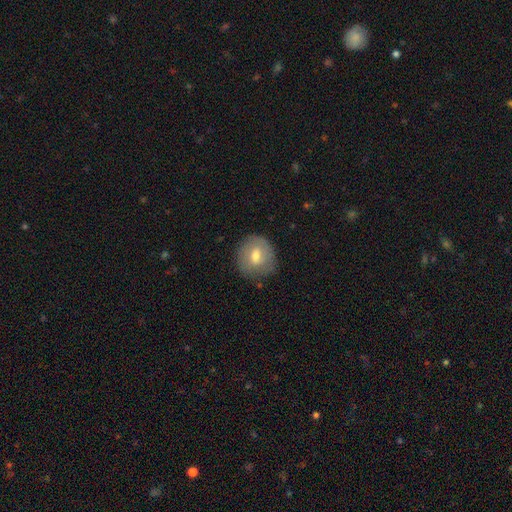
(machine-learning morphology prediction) Smooth or featured?
  - smooth: 62% *
  - featured or disk: 31%
  - star or artifact: 8%
How rounded?
  - round: 80% *
  - in between: 19%
  - cigar-shaped: 1%
Merging?
  - none: 75% *
  - minor disturbance: 18%
  - major disturbance: 6%
  - merger: 2%